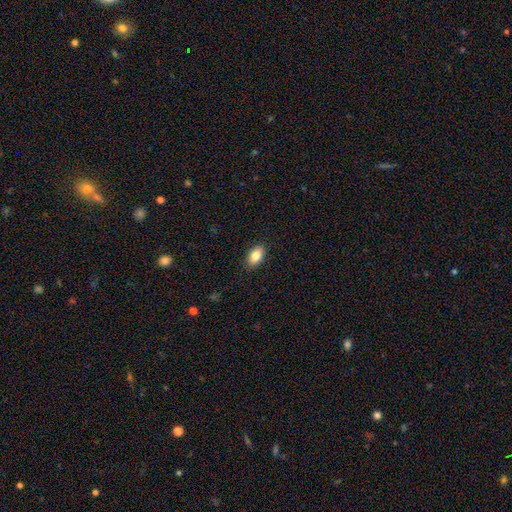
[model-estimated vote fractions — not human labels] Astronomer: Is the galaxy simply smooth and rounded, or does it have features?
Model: smooth — 83%.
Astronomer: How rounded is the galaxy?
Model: in between — 91%.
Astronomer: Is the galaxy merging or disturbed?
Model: none — 88%.